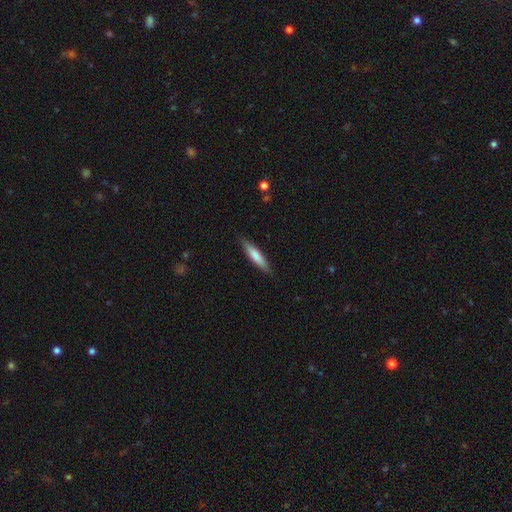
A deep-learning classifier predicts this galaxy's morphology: smooth-or-featured: smooth: 73% | featured or disk: 21% | star or artifact: 5%
  how-rounded: cigar-shaped: 84% | in between: 15% | round: 1%
  merging: none: 87% | minor disturbance: 10% | major disturbance: 2% | merger: 1%